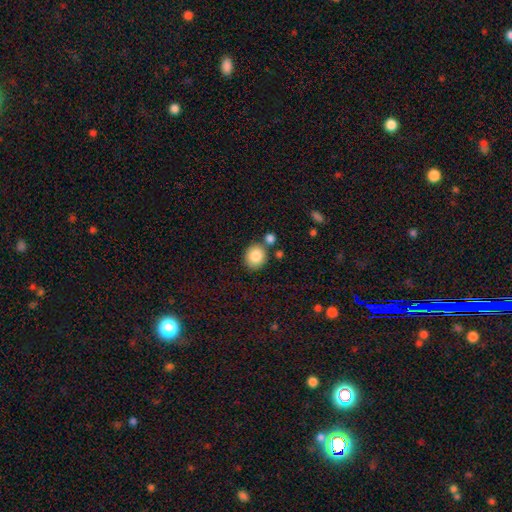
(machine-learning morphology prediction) Smooth or featured: smooth — 85% (star or artifact — 9%)
How rounded: round — 77% (in between — 22%)
Merging: none — 75% (merger — 12%)